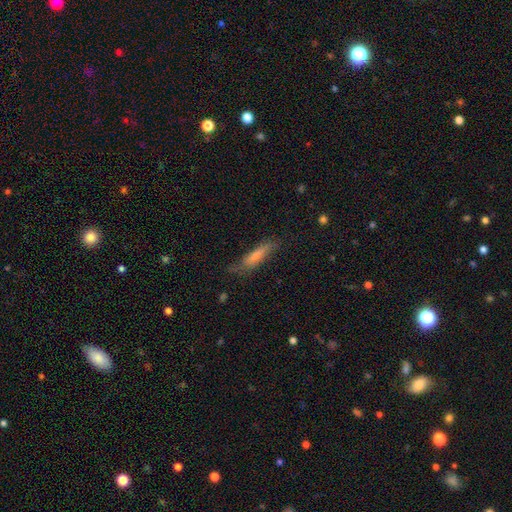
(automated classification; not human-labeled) Smooth or featured? Predicted: smooth (p=0.59). How rounded? Predicted: cigar-shaped (p=0.81). Merging? Predicted: none (p=0.70).